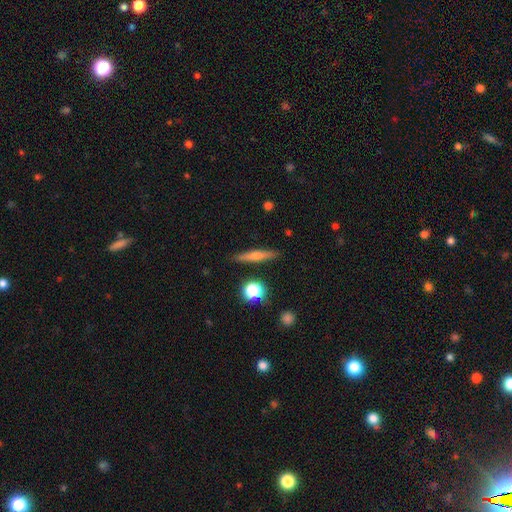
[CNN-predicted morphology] A smooth galaxy with no disk features (49%). Merging: none (88%).